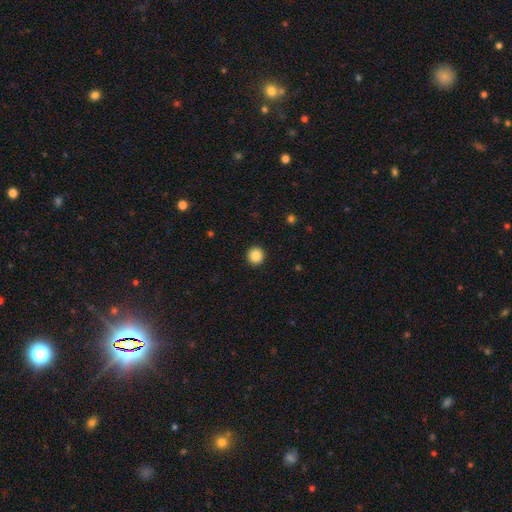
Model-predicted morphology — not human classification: This appears to be a smooth galaxy with no disk features (87%) that is round (94%). Merging: none (93%).